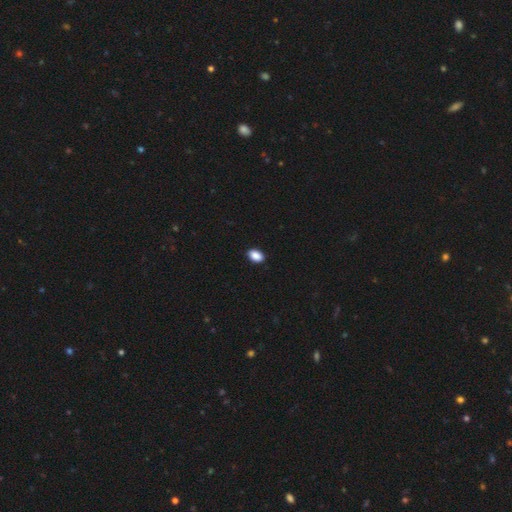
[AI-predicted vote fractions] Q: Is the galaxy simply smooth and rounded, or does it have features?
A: smooth — 90%.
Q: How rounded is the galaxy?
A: in between — 87%.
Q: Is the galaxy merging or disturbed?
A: none — 90%.